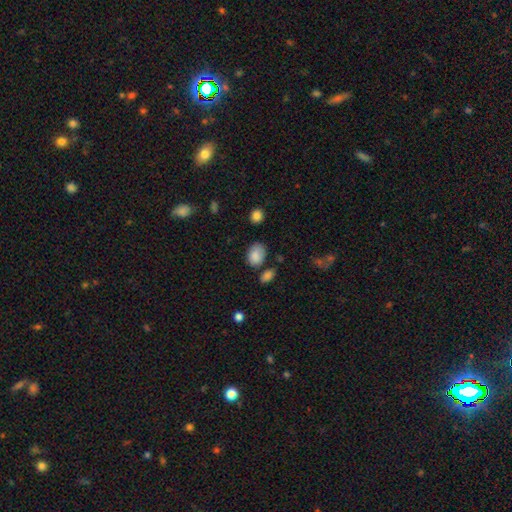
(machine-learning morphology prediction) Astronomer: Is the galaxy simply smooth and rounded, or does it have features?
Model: smooth — 85%.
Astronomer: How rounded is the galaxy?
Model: in between — 81%.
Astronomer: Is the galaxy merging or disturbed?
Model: none — 63%.